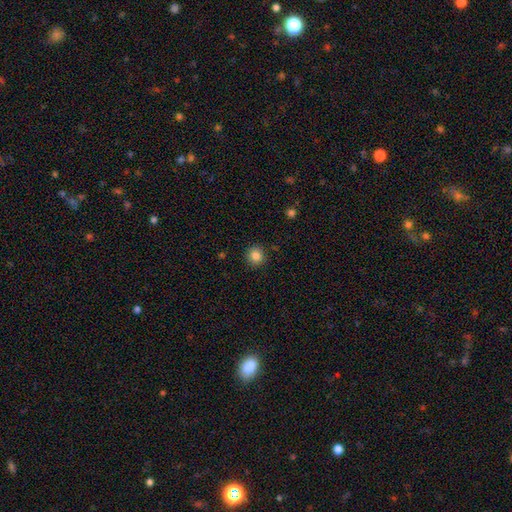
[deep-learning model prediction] Morphology: type=smooth (85%); roundness=round (91%); merging=none (91%).